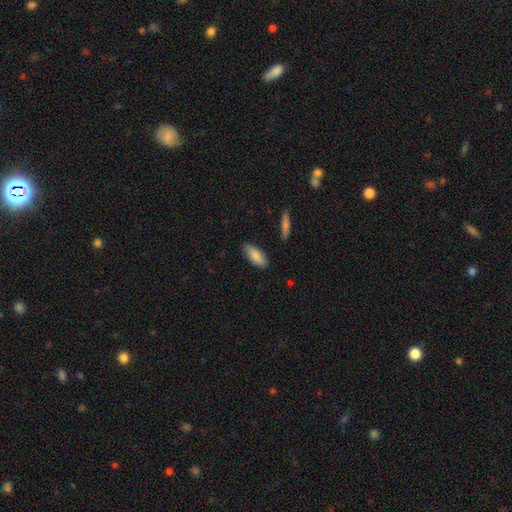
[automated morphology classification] Smooth or featured? smooth (86%)
How rounded? in between (79%)
Merging? none (83%)